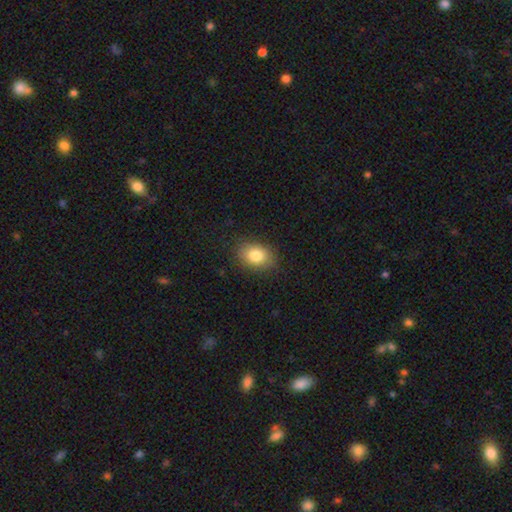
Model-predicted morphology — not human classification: Overall: smooth (82%). How rounded: in between (73%). Merging: none (85%).